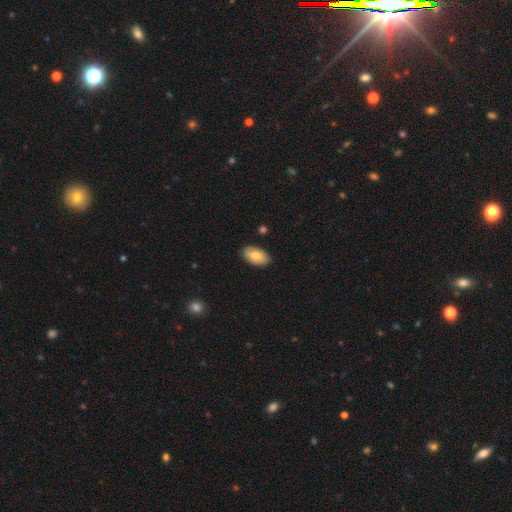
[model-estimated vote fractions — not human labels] This appears to be a smooth galaxy with no disk features (77%) that is in between round and cigar-shaped (95%). Merging: none (86%).